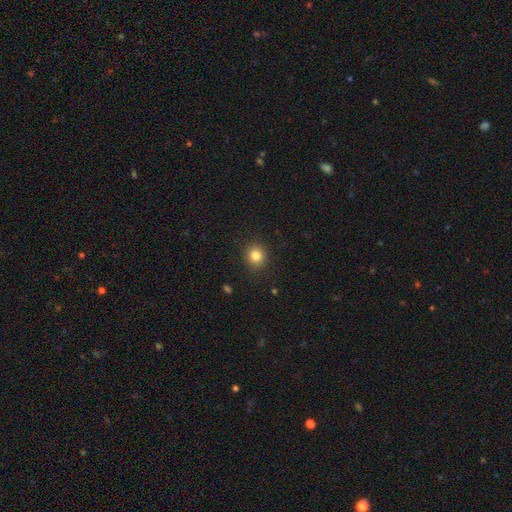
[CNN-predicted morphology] The model was most divided on "smooth or featured": smooth: 82%, star or artifact: 12%, featured or disk: 6%. More confident: merging — none (90%); how rounded — round (85%).